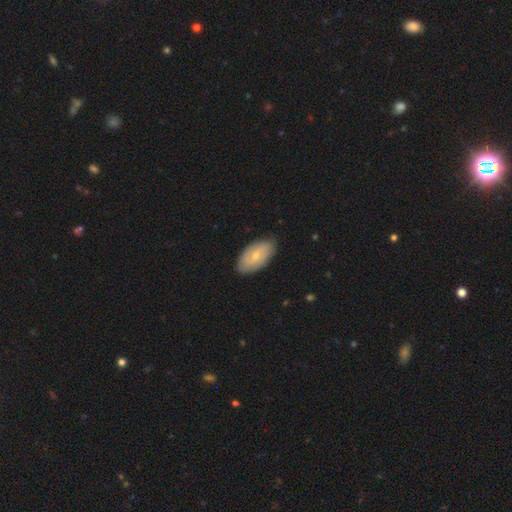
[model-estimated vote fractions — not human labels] This appears to be a smooth galaxy with no disk features (54%) that is in between round and cigar-shaped (94%). Merging: none (84%).